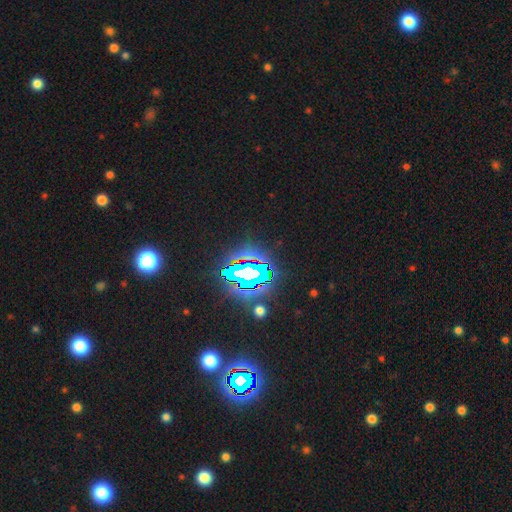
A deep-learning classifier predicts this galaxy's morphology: smooth-or-featured: star or artifact: 83% | smooth: 10% | featured or disk: 7%